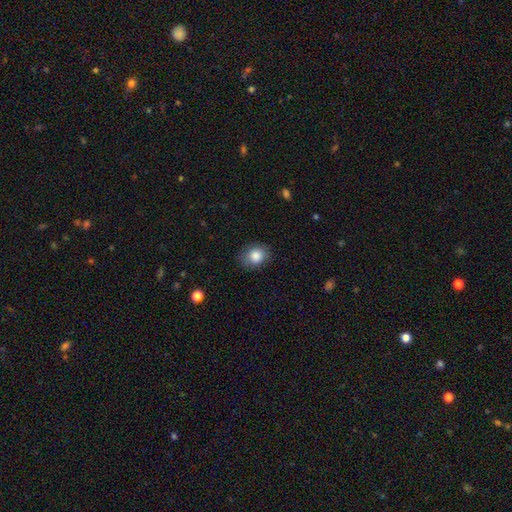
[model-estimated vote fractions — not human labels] smooth 85%, star or artifact 9%, featured or disk 7%. Down the decision tree: how rounded — round (55%); merging — none (75%).